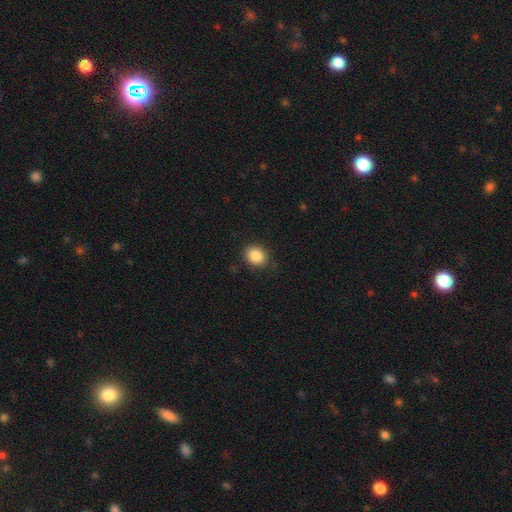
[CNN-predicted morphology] smooth_or_featured: smooth (p=0.87) [alt: star or artifact p=0.09]
how_rounded: round (p=0.66) [alt: in between p=0.33]
merging: none (p=0.84) [alt: minor disturbance p=0.12]